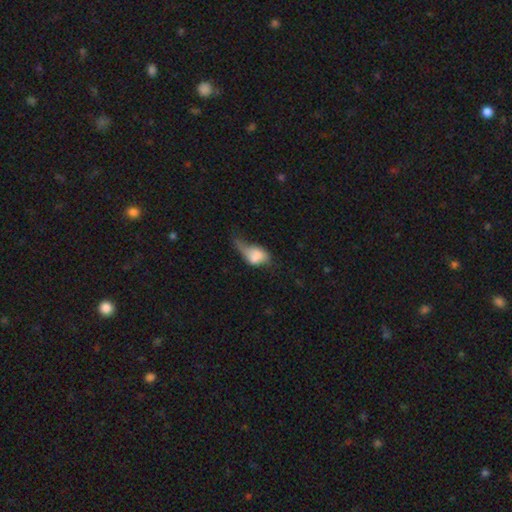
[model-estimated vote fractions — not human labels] smooth_or_featured: smooth (p=0.65) [alt: featured or disk p=0.26]
how_rounded: in between (p=0.80) [alt: round p=0.16]
merging: major disturbance (p=0.46) [alt: minor disturbance p=0.26]